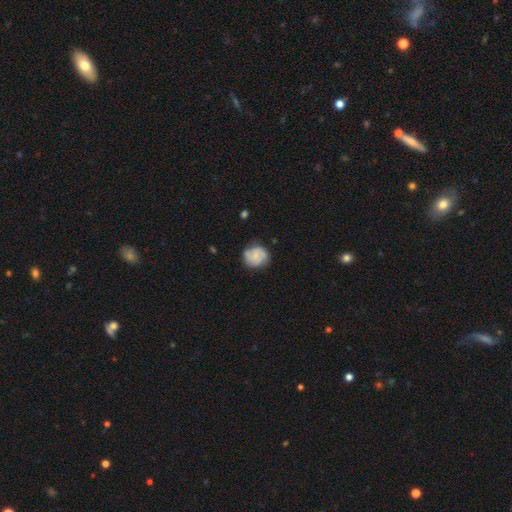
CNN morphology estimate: Smooth or featured?
  - featured or disk: 55% *
  - smooth: 37%
  - star or artifact: 8%
Edge-on disk?
  - no: 98% *
  - yes: 2%
Bar?
  - no: 71% *
  - weak: 25%
  - strong: 4%
Spiral arms?
  - yes: 87% *
  - no: 13%
Bulge size?
  - small: 57% *
  - none: 21%
  - moderate: 20%
  - large: 2%
  - dominant: 1%
Merging?
  - none: 71% *
  - minor disturbance: 21%
  - major disturbance: 6%
  - merger: 2%